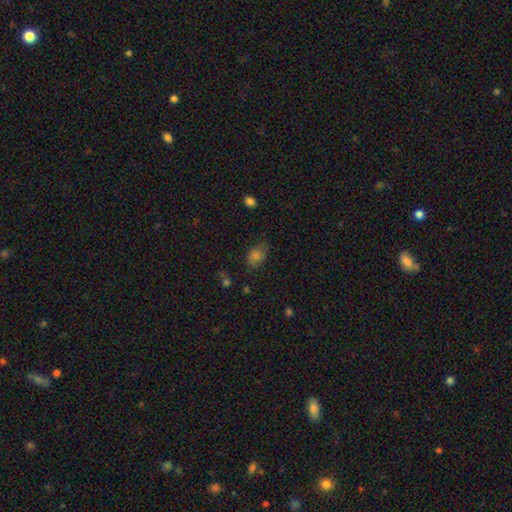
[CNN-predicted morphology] Q: Smooth or featured?
A: smooth (71%); runner-up: star or artifact (18%)
Q: How rounded?
A: in between (79%); runner-up: round (18%)
Q: Merging?
A: none (70%); runner-up: minor disturbance (22%)